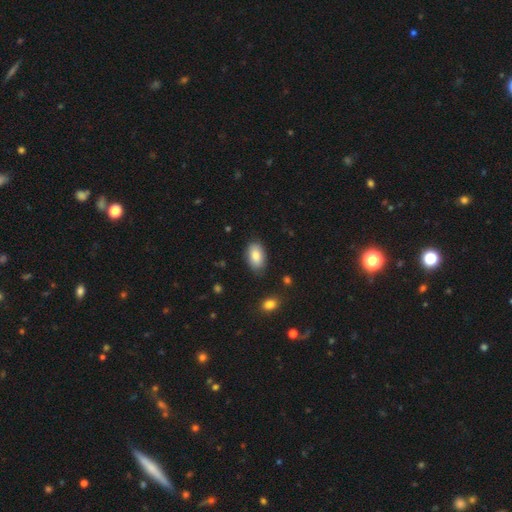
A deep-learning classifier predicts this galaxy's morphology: A smooth galaxy with no disk features (84%) that is in between round and cigar-shaped (93%).

Vote fractions:
- Smooth or featured? smooth: 84% / featured or disk: 9% / star or artifact: 7%
- How rounded? in between: 93% / round: 5% / cigar-shaped: 2%
- Merging? none: 82% / minor disturbance: 13% / major disturbance: 3% / merger: 2%